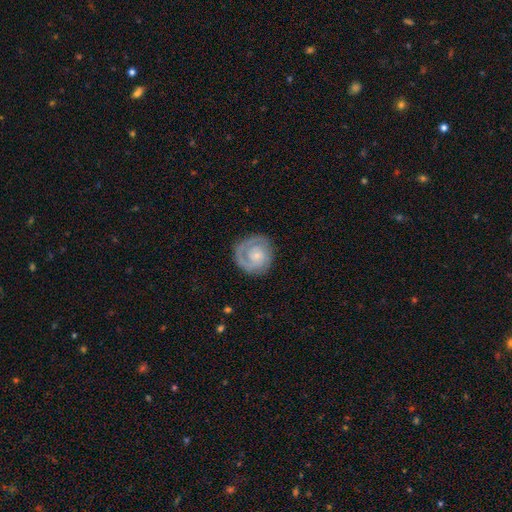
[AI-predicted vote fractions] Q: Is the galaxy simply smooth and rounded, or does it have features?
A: featured or disk — 72%.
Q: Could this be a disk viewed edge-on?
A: no — 98%.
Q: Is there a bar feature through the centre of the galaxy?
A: no — 77%.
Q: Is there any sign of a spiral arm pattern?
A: yes — 90%.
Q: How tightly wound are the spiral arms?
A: tight — 68%.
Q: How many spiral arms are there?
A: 2 — 36%.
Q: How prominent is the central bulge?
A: small — 72%.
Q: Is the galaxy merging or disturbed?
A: none — 79%.